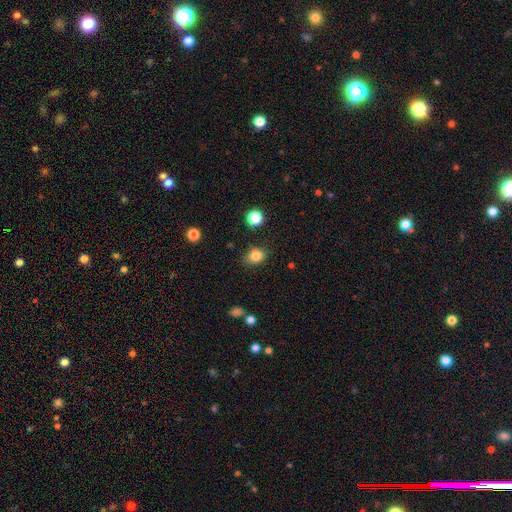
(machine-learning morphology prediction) Q: Smooth or featured?
A: smooth (83%); runner-up: star or artifact (11%)
Q: How rounded?
A: in between (56%); runner-up: round (43%)
Q: Merging?
A: none (78%); runner-up: minor disturbance (15%)